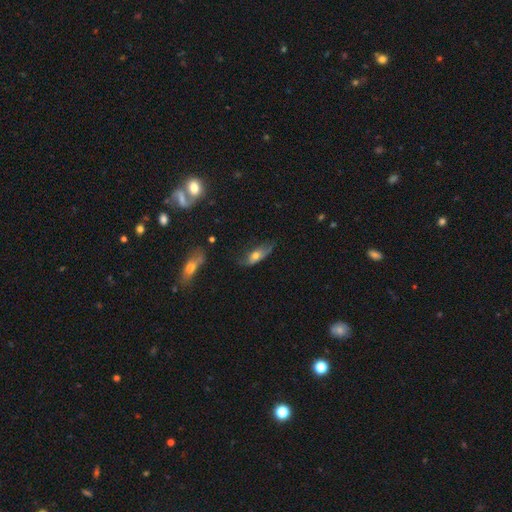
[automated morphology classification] Smooth or featured? Predicted: smooth (p=0.52). How rounded? Predicted: in between (p=0.69). Merging? Predicted: none (p=0.43).